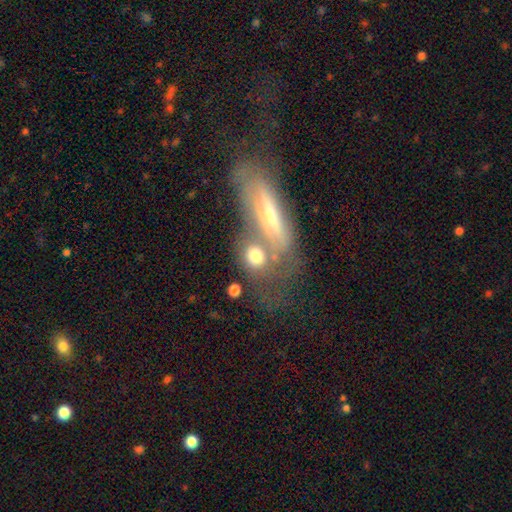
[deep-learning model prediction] Overall: smooth (61%; featured or disk 28%). How rounded: round (57%; in between 35%). Merging: none (43%; merger 34%).